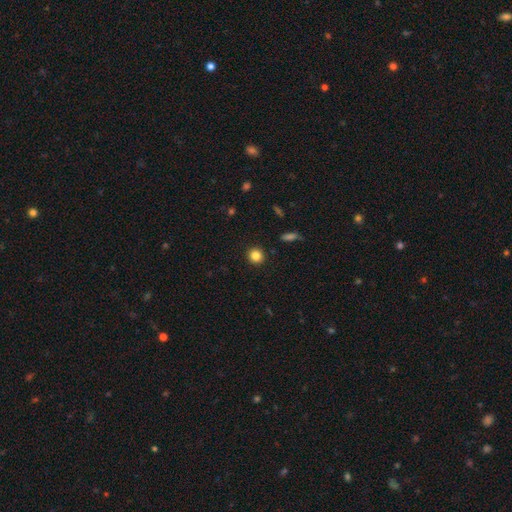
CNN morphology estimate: Smooth or featured?
  - smooth: 84% *
  - star or artifact: 11%
  - featured or disk: 5%
How rounded?
  - round: 92% *
  - in between: 7%
  - cigar-shaped: 1%
Merging?
  - none: 92% *
  - minor disturbance: 5%
  - major disturbance: 2%
  - merger: 1%